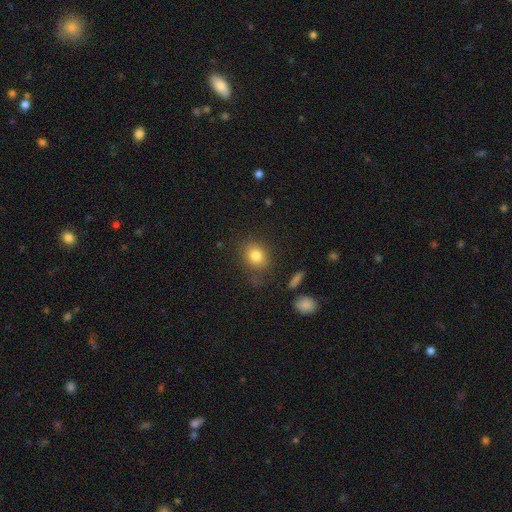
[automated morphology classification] Q: Smooth or featured?
A: smooth (81%); runner-up: star or artifact (11%)
Q: How rounded?
A: round (56%); runner-up: in between (43%)
Q: Merging?
A: none (74%); runner-up: minor disturbance (16%)